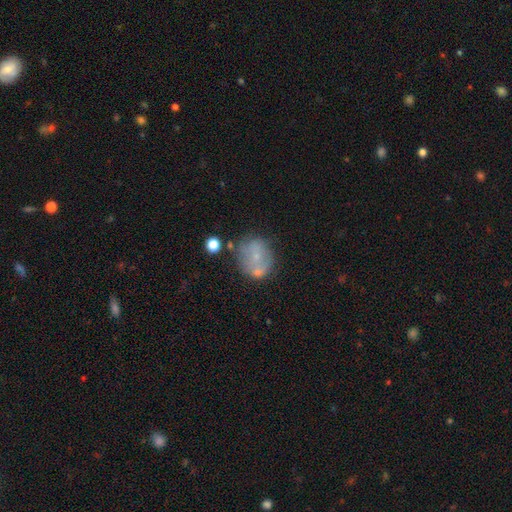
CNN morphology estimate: A smooth galaxy with no disk features (52%) that is round (73%). Merging: none (49%).